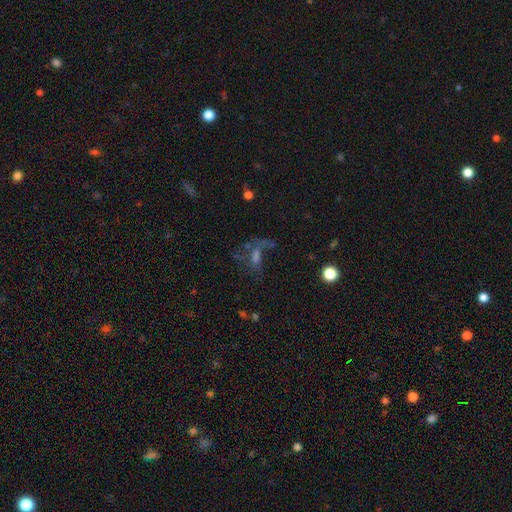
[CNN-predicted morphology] smooth-or-featured: featured or disk: 46% | star or artifact: 33% | smooth: 21%
  merging: none: 47% | major disturbance: 26% | minor disturbance: 15% | merger: 11%